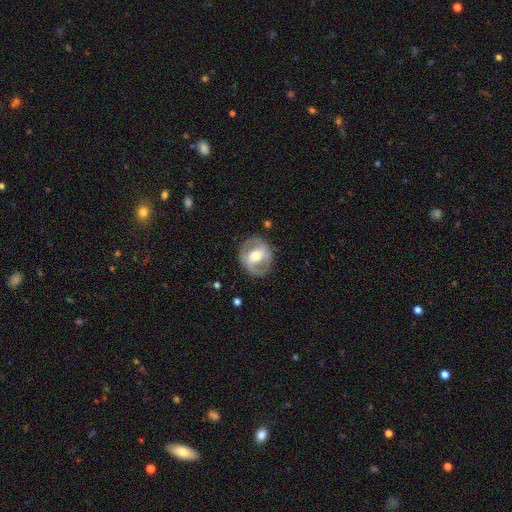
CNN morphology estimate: A featured or disk galaxy (73%) with a strong bar (43%), spiral arms (66%) and a moderate central bulge (69%).

Vote fractions:
- Smooth or featured? featured or disk: 73% / smooth: 22% / star or artifact: 5%
- Edge-on disk? no: 95% / yes: 5%
- Bar? strong: 43% / weak: 37% / no: 20%
- Spiral arms? yes: 66% / no: 34%
- Bulge size? moderate: 69% / small: 20% / large: 9% / dominant: 1% / none: 1%
- Merging? none: 81% / minor disturbance: 12% / major disturbance: 6% / merger: 1%